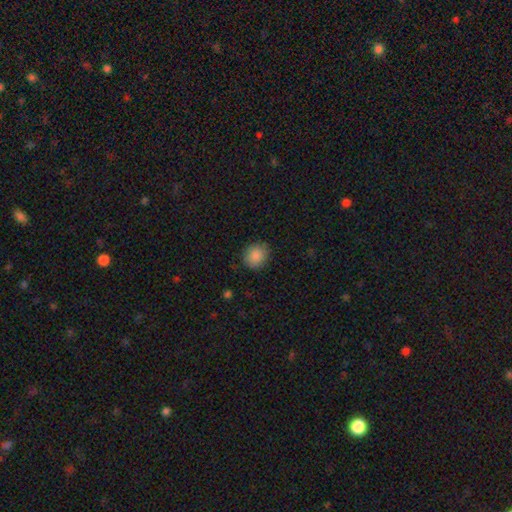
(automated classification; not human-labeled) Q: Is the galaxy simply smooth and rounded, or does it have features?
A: smooth — 88%.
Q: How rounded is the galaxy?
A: round — 71%.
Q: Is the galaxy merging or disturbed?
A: none — 85%.